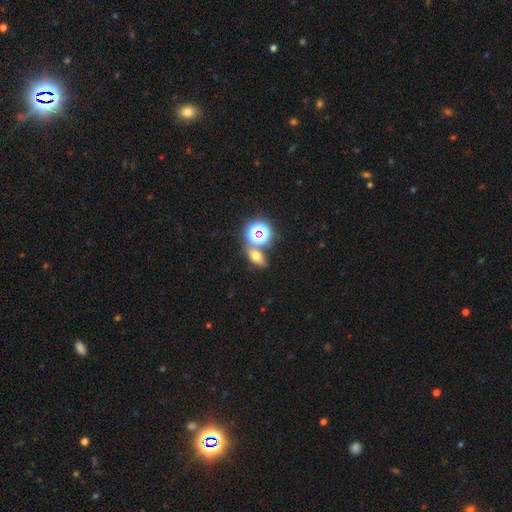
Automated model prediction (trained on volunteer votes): A smooth galaxy with no disk features (58%) that is in between round and cigar-shaped (68%).

Vote fractions:
- Smooth or featured? smooth: 58% / star or artifact: 27% / featured or disk: 15%
- How rounded? in between: 68% / round: 27% / cigar-shaped: 5%
- Merging? none: 64% / merger: 21% / minor disturbance: 11% / major disturbance: 4%